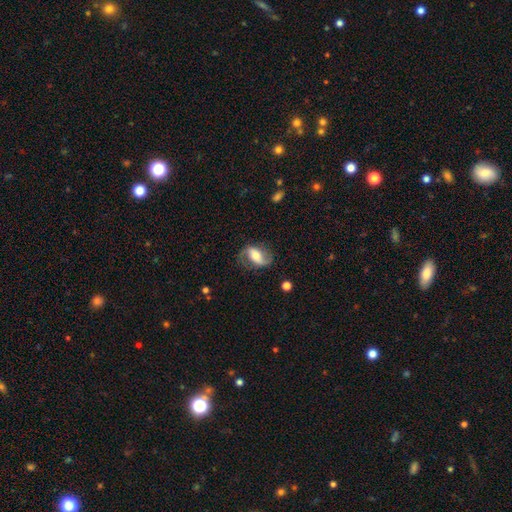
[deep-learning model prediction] This appears to be a featured or disk galaxy (72%) with a strong bar (34%, tied with weak), 2 (86%) loose (55%) spiral arms (90%) and a moderate central bulge (61%). Merging: none (70%).